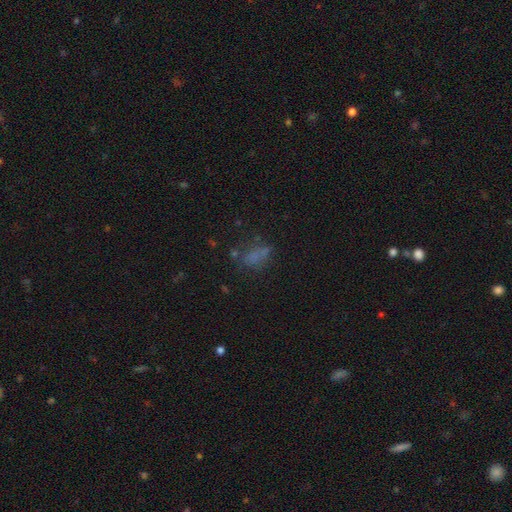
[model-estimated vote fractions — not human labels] Overall: smooth (59%; star or artifact 22%). How rounded: in between (76%). Merging: none (53%; minor disturbance 20%).